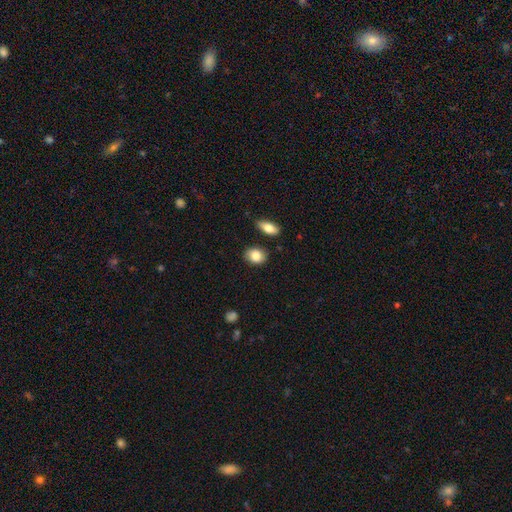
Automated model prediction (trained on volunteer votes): Smooth or featured: smooth — 84% (featured or disk — 9%)
How rounded: in between — 67% (round — 31%)
Merging: none — 82% (minor disturbance — 12%)